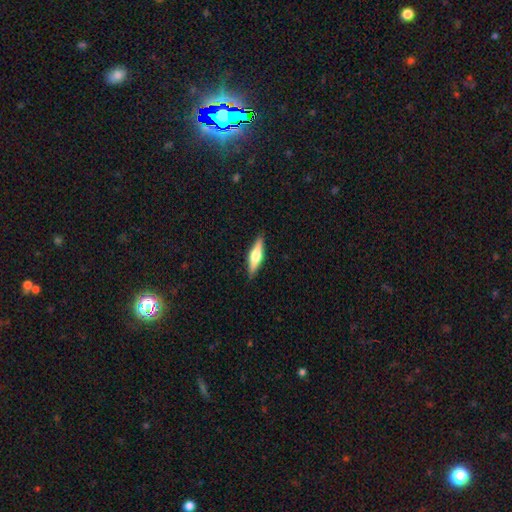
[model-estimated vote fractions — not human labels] Smooth or featured? Predicted: featured or disk (p=0.55). Edge-on disk? Predicted: yes (p=0.96). Edge-on bulge? Predicted: rounded (p=0.90). Merging? Predicted: none (p=0.90).